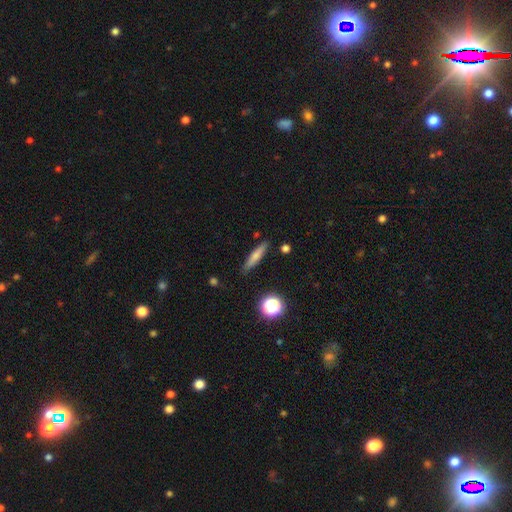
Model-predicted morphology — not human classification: This appears to be a smooth galaxy with no disk features (67%) that is cigar-shaped (85%). Merging: none (86%).